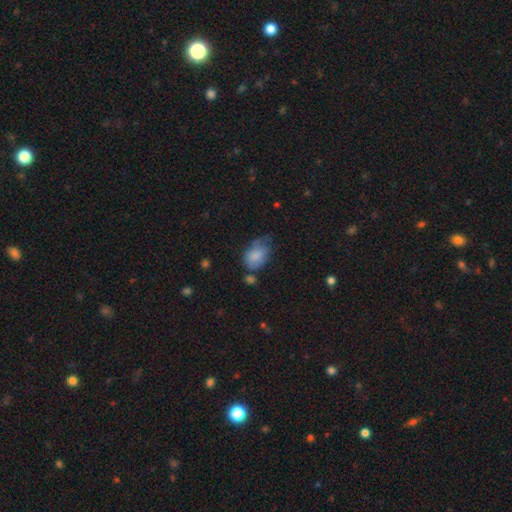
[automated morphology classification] smooth-or-featured: smooth: 79% | featured or disk: 13% | star or artifact: 8%
  how-rounded: in between: 80% | round: 19% | cigar-shaped: 1%
  merging: minor disturbance: 40% | none: 32% | major disturbance: 20% | merger: 7%